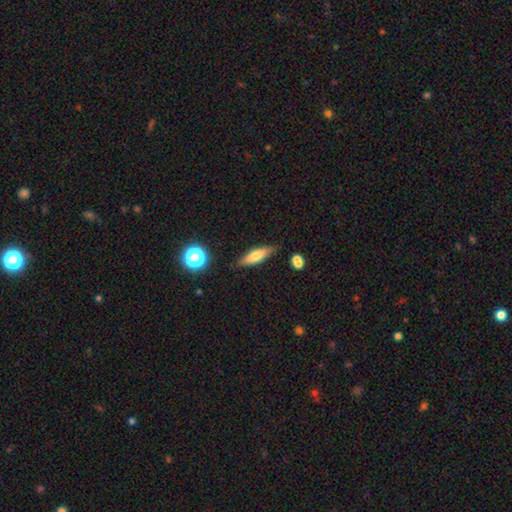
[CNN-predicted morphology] smooth 56%, featured or disk 35%, star or artifact 8%. Down the decision tree: how rounded — cigar-shaped (62%); merging — none (82%).